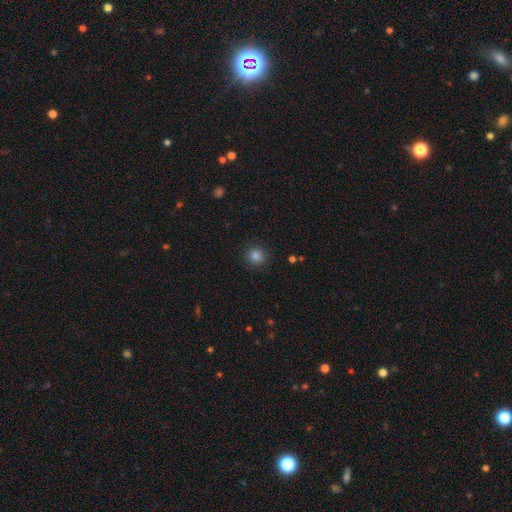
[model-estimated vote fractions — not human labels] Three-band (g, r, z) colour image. It shows a smooth galaxy with no disk features (84%) that is round (90%). Merging: none (89%).